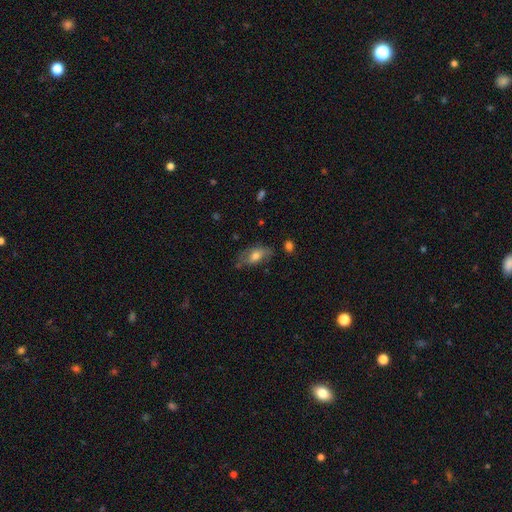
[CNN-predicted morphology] type=smooth (56%); roundness=in between (85%); merging=none (58%).